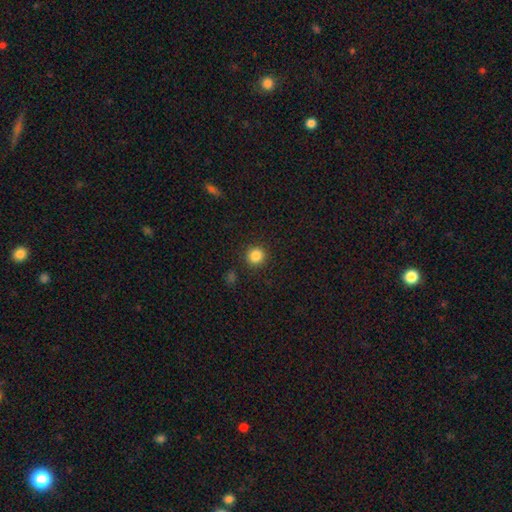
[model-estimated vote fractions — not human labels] Smooth or featured? smooth (85%)
How rounded? round (93%)
Merging? none (91%)